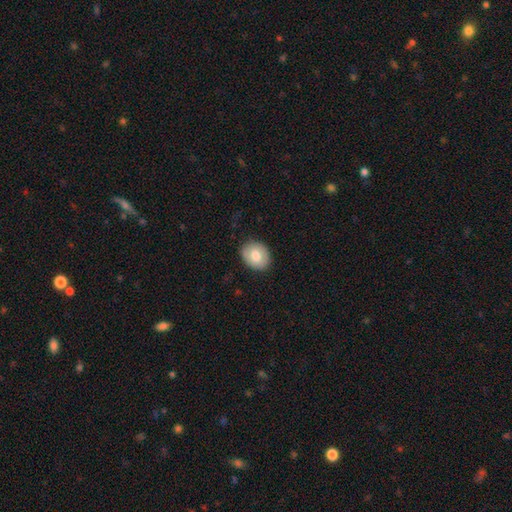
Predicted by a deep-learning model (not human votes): This appears to be a smooth galaxy with no disk features (74%) that is in between round and cigar-shaped (51%). Merging: none (85%).